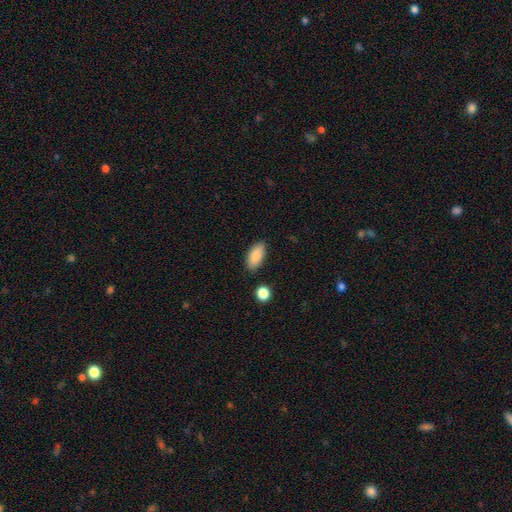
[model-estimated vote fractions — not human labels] A smooth galaxy with no disk features (86%) that is in between round and cigar-shaped (90%). Merging: none (85%).